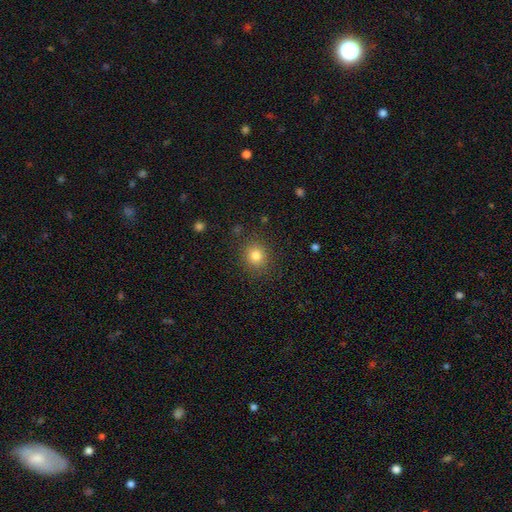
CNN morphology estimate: This is clearly a smooth galaxy (81%). How rounded: clearly round (85%). Merging: clearly none (88%).